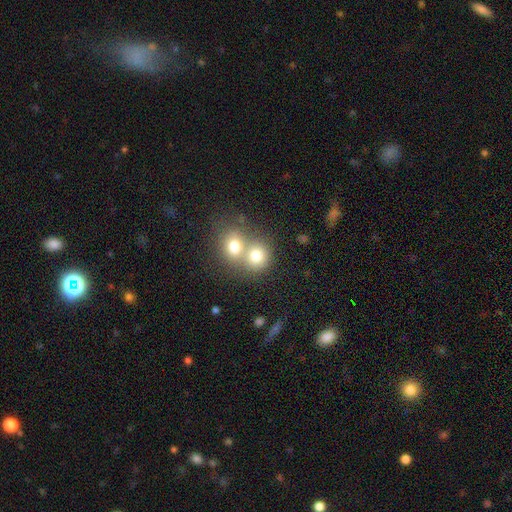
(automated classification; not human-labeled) smooth_or_featured: smooth (p=0.75) [alt: featured or disk p=0.14]
how_rounded: round (p=0.76) [alt: in between p=0.23]
merging: merger (p=0.61) [alt: none p=0.31]